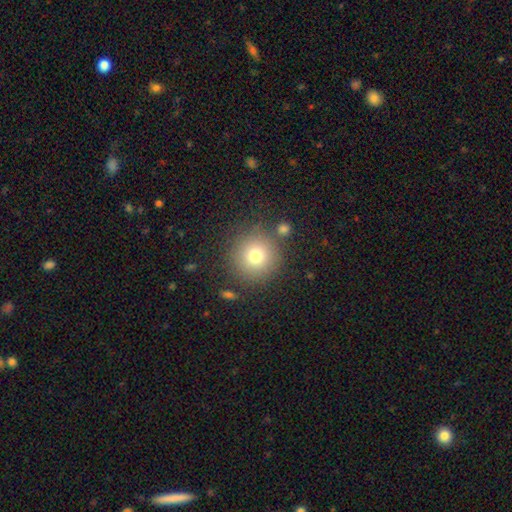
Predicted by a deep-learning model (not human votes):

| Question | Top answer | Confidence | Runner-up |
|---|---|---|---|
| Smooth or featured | smooth | 76% | star or artifact (14%) |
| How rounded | round | 95% | in between (4%) |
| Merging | none | 83% | minor disturbance (8%) |